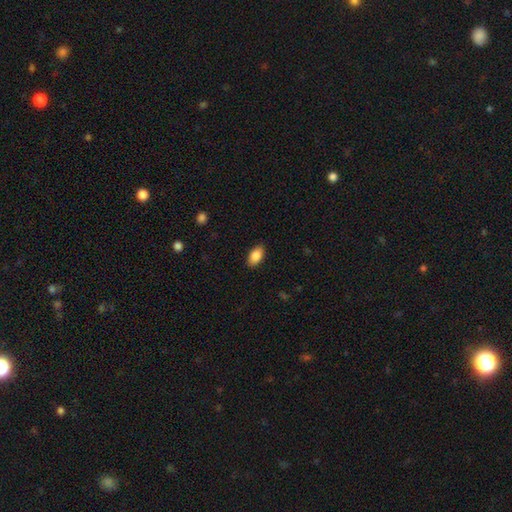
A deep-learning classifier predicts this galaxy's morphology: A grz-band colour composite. It shows a smooth galaxy with no disk features (86%) that is in between round and cigar-shaped (93%). Merging: none (88%).